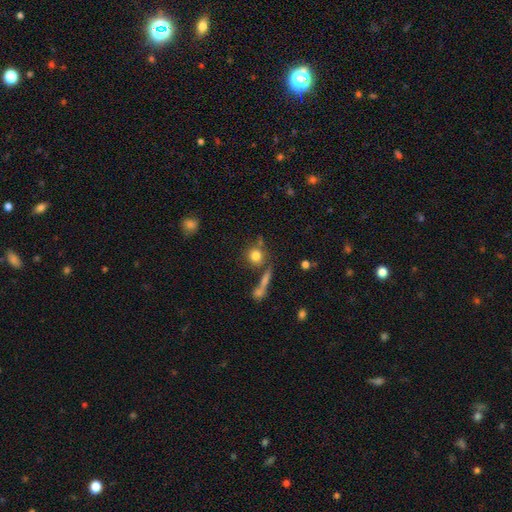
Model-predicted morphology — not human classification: Smooth or featured? Predicted: smooth (p=0.78). How rounded? Predicted: round (p=0.87). Merging? Predicted: none (p=0.69).